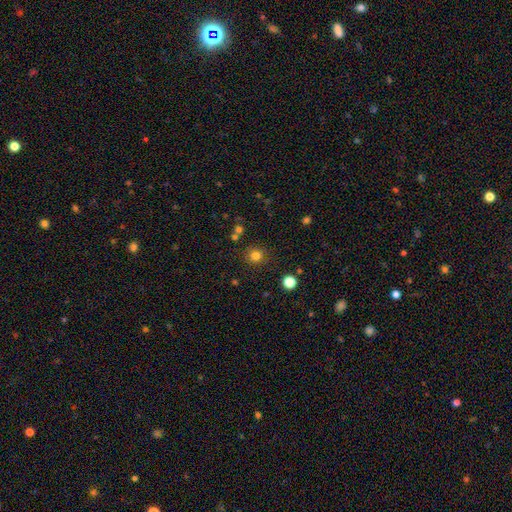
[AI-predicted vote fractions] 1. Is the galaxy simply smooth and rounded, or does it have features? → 80% smooth, 14% star or artifact, 6% featured or disk.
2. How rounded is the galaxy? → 91% round, 8% in between, 1% cigar-shaped.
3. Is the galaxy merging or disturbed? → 86% none, 8% minor disturbance, 3% merger, 3% major disturbance.